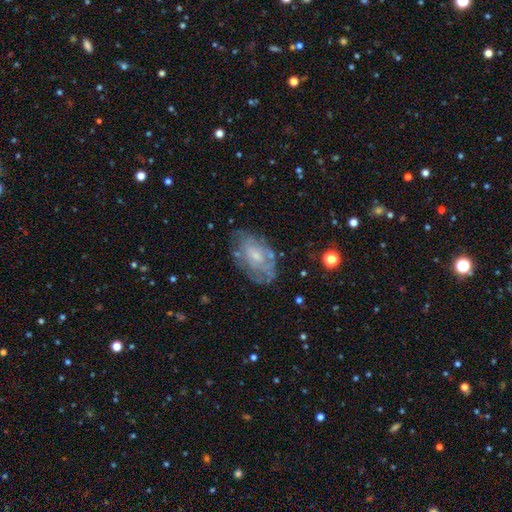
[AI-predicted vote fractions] A featured or disk galaxy (64%) with no bar (73%), spiral arms (58%) and a small central bulge (62%). Merging: none (63%).